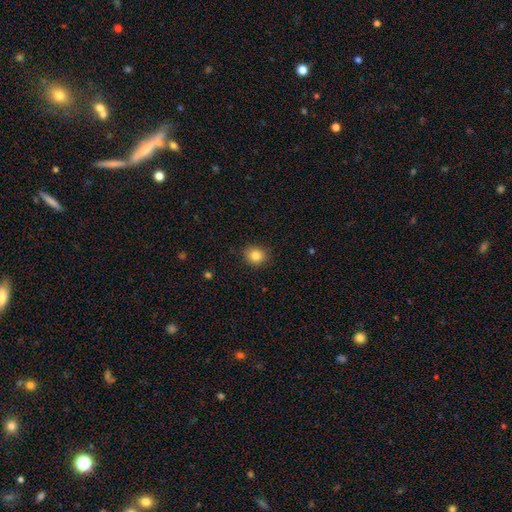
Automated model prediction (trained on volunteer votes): Smooth or featured?
  - smooth: 84% *
  - star or artifact: 10%
  - featured or disk: 6%
How rounded?
  - round: 73% *
  - in between: 26%
  - cigar-shaped: 1%
Merging?
  - none: 87% *
  - minor disturbance: 10%
  - major disturbance: 2%
  - merger: 1%